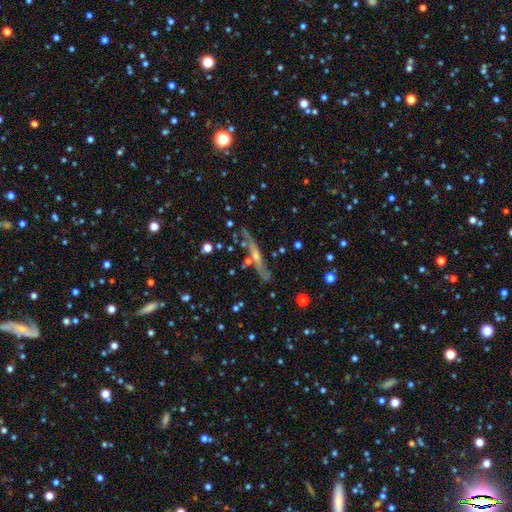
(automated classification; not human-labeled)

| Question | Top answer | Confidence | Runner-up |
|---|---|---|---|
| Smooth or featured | featured or disk | 62% | smooth (29%) |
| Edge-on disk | yes | 86% | no (14%) |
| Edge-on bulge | rounded | 52% | none (43%) |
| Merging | none | 74% | minor disturbance (17%) |